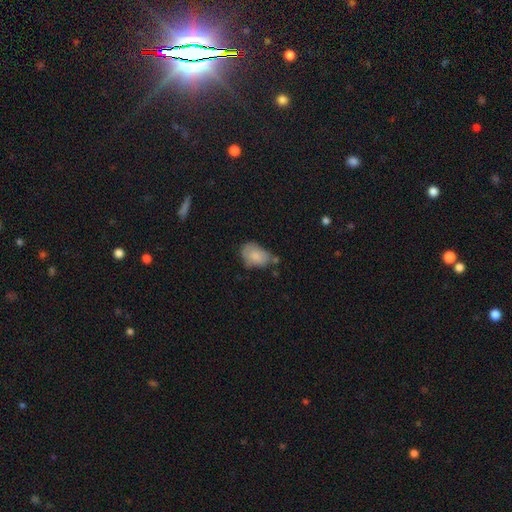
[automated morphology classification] smooth-or-featured: smooth: 77% | featured or disk: 16% | star or artifact: 7%
  how-rounded: in between: 84% | round: 14% | cigar-shaped: 1%
  merging: none: 38% | minor disturbance: 37% | major disturbance: 13% | merger: 12%